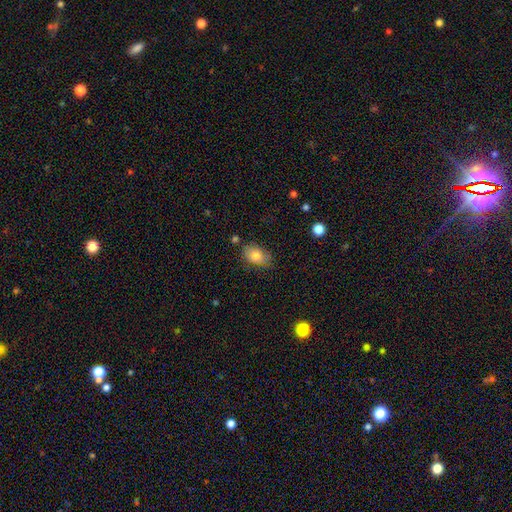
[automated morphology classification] A smooth galaxy with no disk features (79%) that is in between round and cigar-shaped (85%).

Vote fractions:
- Smooth or featured? smooth: 79% / featured or disk: 13% / star or artifact: 8%
- How rounded? in between: 85% / round: 14% / cigar-shaped: 1%
- Merging? none: 71% / minor disturbance: 21% / major disturbance: 4% / merger: 3%